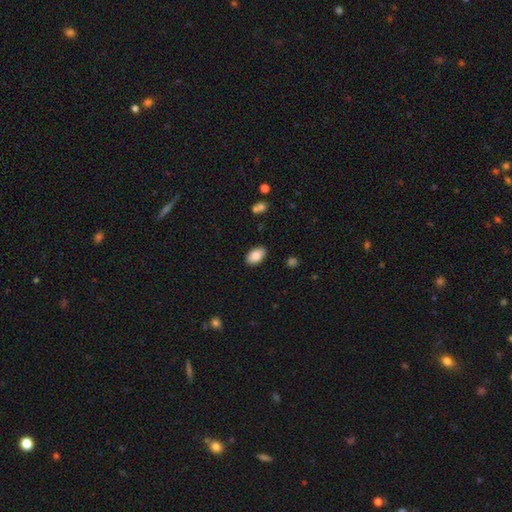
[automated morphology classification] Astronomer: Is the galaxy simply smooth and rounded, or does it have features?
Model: smooth — 85%.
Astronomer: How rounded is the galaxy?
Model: in between — 93%.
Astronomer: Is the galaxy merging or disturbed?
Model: none — 88%.